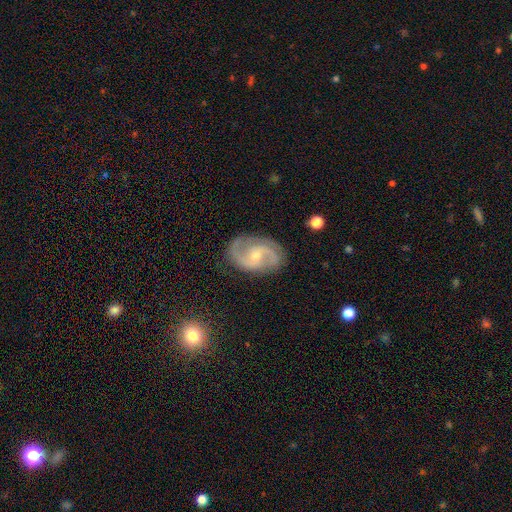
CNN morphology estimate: Q: Smooth or featured?
A: featured or disk (89%); runner-up: smooth (7%)
Q: Edge-on disk?
A: no (98%); runner-up: yes (2%)
Q: Bar?
A: no (52%); runner-up: weak (39%)
Q: Spiral arms?
A: yes (97%); runner-up: no (3%)
Q: Spiral winding?
A: medium (57%); runner-up: loose (22%)
Q: Spiral arm count?
A: 2 (91%); runner-up: can't tell (3%)
Q: Bulge size?
A: small (60%); runner-up: moderate (37%)
Q: Merging?
A: none (81%); runner-up: minor disturbance (13%)